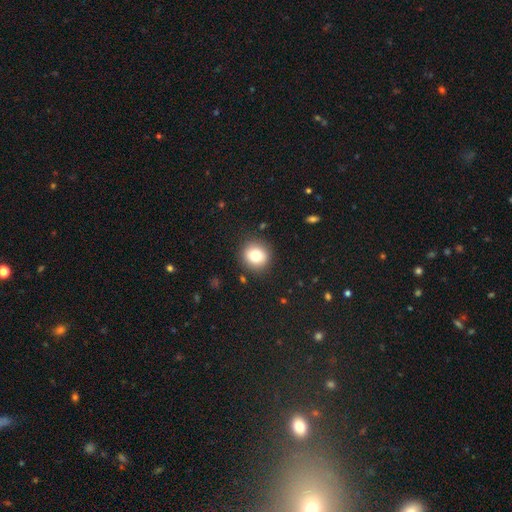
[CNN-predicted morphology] Smooth or featured?
  - smooth: 79% *
  - star or artifact: 11%
  - featured or disk: 10%
How rounded?
  - round: 88% *
  - in between: 11%
  - cigar-shaped: 1%
Merging?
  - none: 89% *
  - minor disturbance: 7%
  - major disturbance: 2%
  - merger: 1%